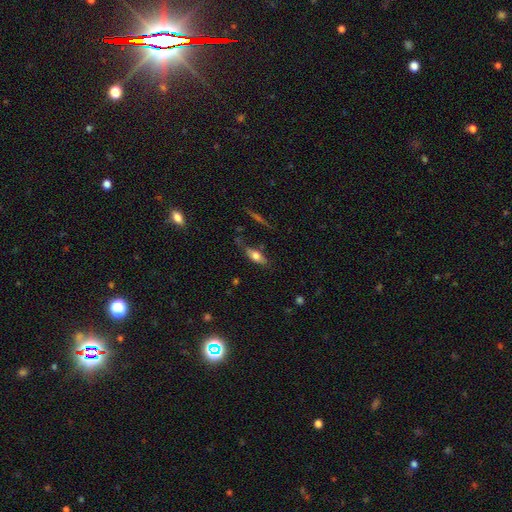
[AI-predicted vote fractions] A smooth galaxy with no disk features (64%) that is in between round and cigar-shaped (73%). Merging: none (64%).